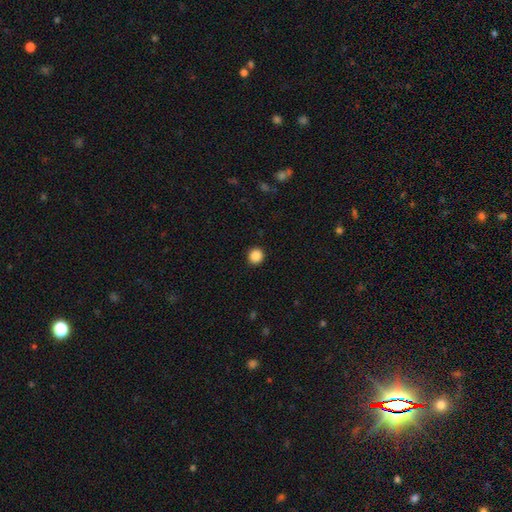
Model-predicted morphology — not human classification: This is clearly a smooth galaxy (88%). How rounded: clearly round (93%). Merging: clearly none (93%).